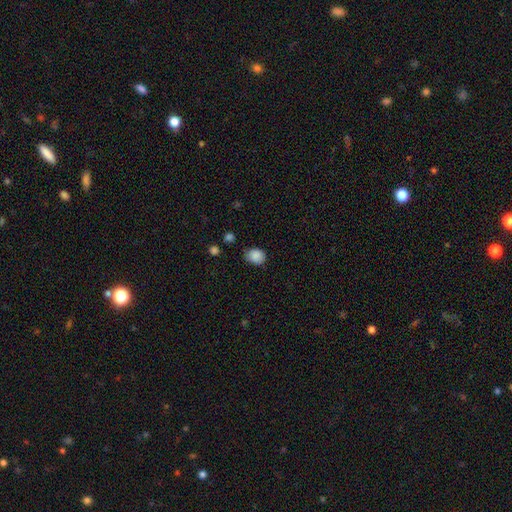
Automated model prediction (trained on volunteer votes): Overall: smooth (88%). How rounded: in between (55%; round 44%). Merging: none (72%).